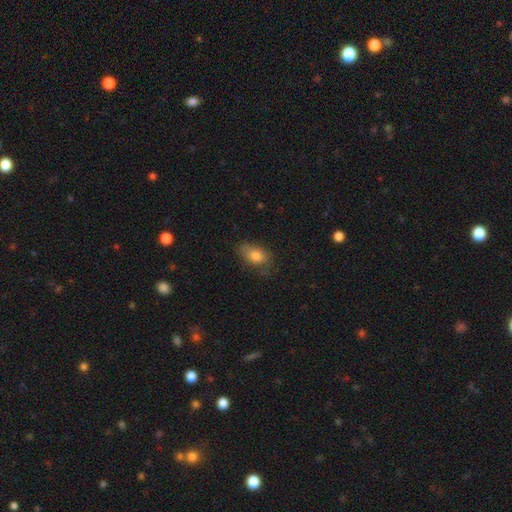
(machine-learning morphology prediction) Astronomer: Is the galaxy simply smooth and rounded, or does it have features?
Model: smooth — 78%.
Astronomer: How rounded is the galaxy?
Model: in between — 85%.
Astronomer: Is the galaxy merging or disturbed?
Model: none — 61%.